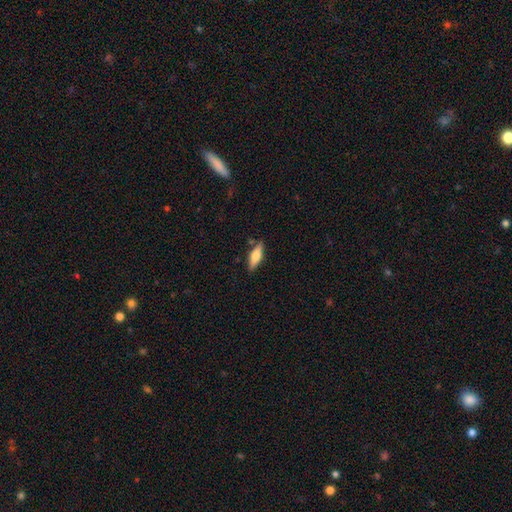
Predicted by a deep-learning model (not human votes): This appears to be a smooth galaxy with no disk features (56%) that is cigar-shaped (50%). Merging: none (83%).